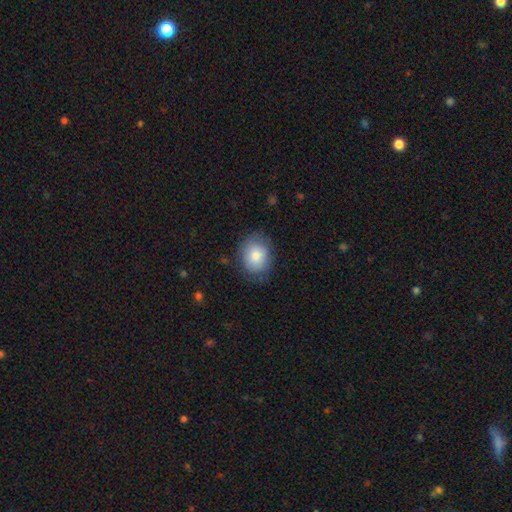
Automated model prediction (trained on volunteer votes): smooth-or-featured: smooth: 81% | featured or disk: 12% | star or artifact: 7%
  how-rounded: round: 56% | in between: 43% | cigar-shaped: 1%
  merging: none: 75% | minor disturbance: 18% | major disturbance: 5% | merger: 1%